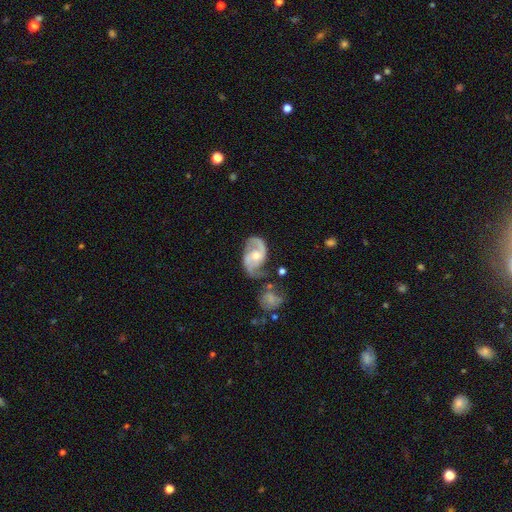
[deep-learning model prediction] Smooth or featured?
  - featured or disk: 87% *
  - smooth: 8%
  - star or artifact: 5%
Edge-on disk?
  - no: 98% *
  - yes: 2%
Bar?
  - no: 53% *
  - weak: 38%
  - strong: 9%
Spiral arms?
  - yes: 96% *
  - no: 4%
Spiral winding?
  - medium: 51% *
  - loose: 32%
  - tight: 17%
Spiral arm count?
  - 2: 89% *
  - can't tell: 4%
  - 1: 3%
  - 3: 2%
  - 4: 1%
  - more than 4: 1%
Bulge size?
  - moderate: 58% *
  - small: 34%
  - large: 4%
  - none: 3%
  - dominant: 1%
Merging?
  - none: 57% *
  - minor disturbance: 22%
  - major disturbance: 12%
  - merger: 9%